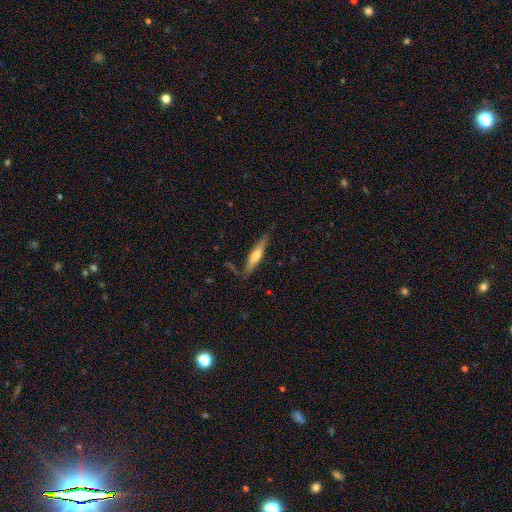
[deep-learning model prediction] This is possibly a smooth galaxy (48%). Merging: clearly none (81%).